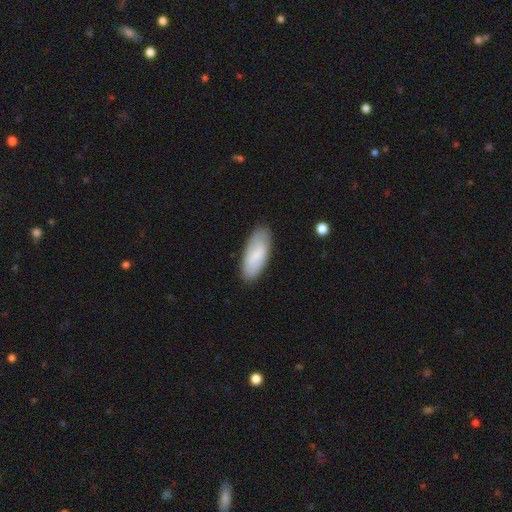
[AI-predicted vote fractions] This is likely a smooth galaxy (78%). How rounded: clearly in between (83%). Merging: clearly none (83%).